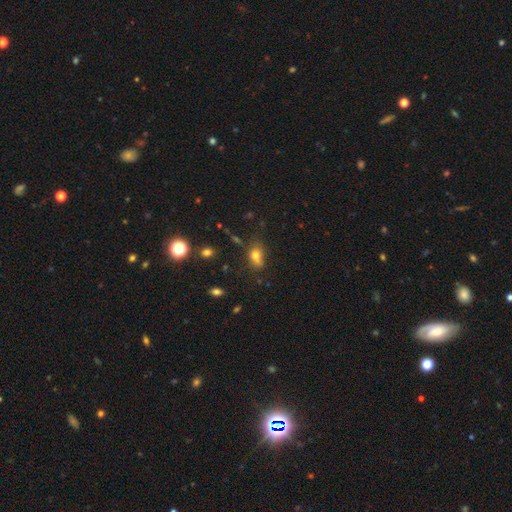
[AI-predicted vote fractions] Overall: smooth (73%). How rounded: in between (72%). Merging: none (55%; minor disturbance 24%).